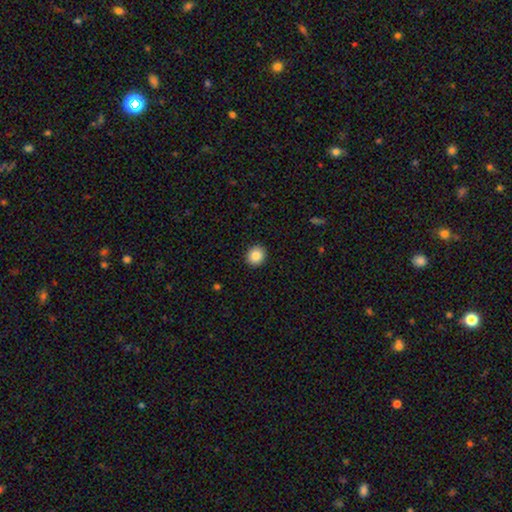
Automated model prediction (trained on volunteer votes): Overall: smooth (86%). How rounded: round (86%). Merging: none (92%).